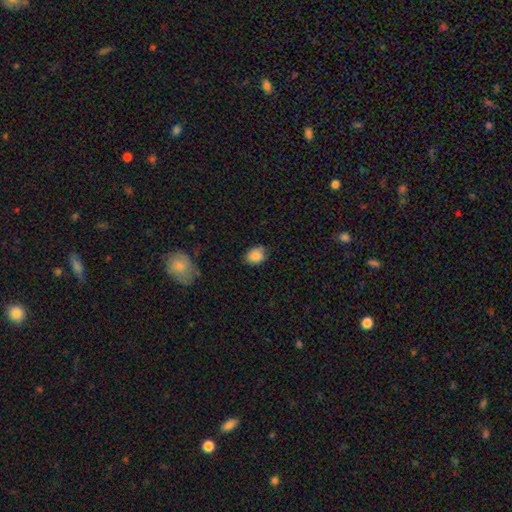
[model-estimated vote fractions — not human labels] smooth-or-featured: smooth: 86% | star or artifact: 9% | featured or disk: 5%
  how-rounded: in between: 55% | round: 44% | cigar-shaped: 1%
  merging: none: 67% | minor disturbance: 27% | major disturbance: 5% | merger: 2%